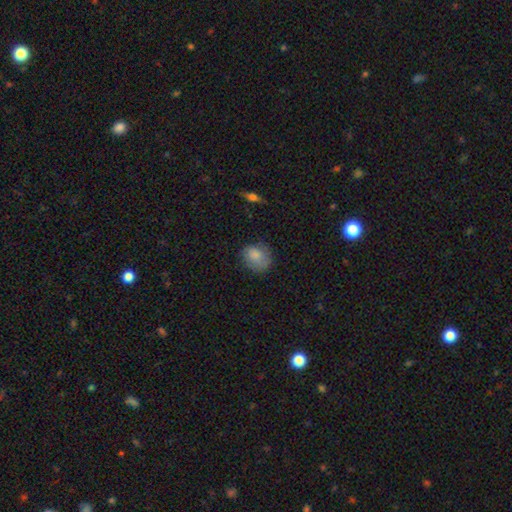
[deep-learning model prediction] Q: Smooth or featured?
A: smooth (81%); runner-up: featured or disk (11%)
Q: How rounded?
A: round (56%); runner-up: in between (43%)
Q: Merging?
A: none (63%); runner-up: minor disturbance (26%)